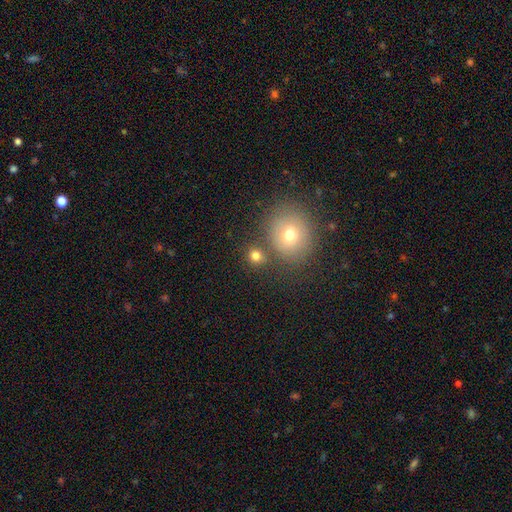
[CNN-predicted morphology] This appears to be a smooth galaxy with no disk features (78%) that is round (85%). Merging: none (72%).